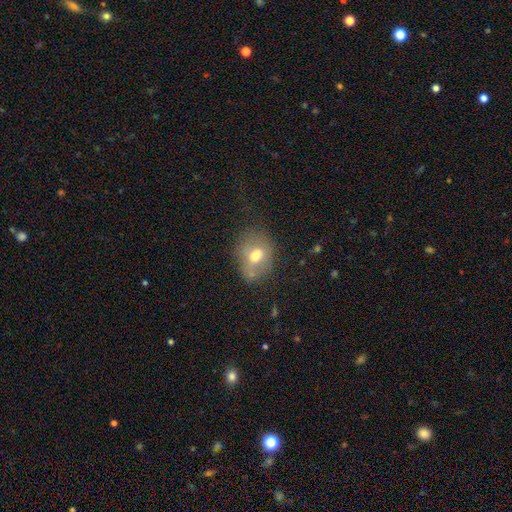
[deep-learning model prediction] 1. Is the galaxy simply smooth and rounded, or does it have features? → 63% smooth, 26% featured or disk, 11% star or artifact.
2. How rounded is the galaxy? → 59% in between, 40% round, 1% cigar-shaped.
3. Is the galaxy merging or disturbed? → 56% none, 25% minor disturbance, 13% major disturbance, 7% merger.